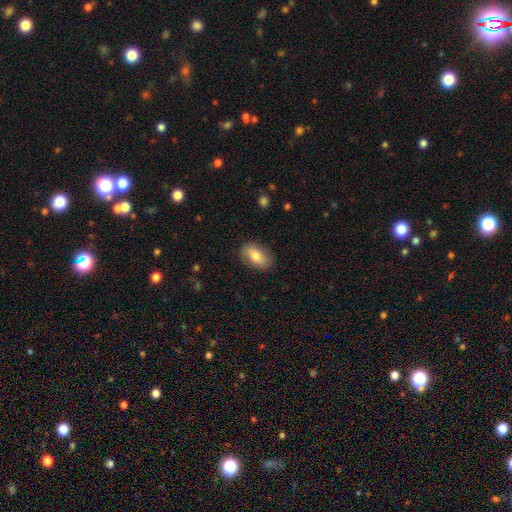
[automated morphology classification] Smooth or featured: smooth — 73% (featured or disk — 20%)
How rounded: in between — 89% (round — 8%)
Merging: none — 84% (minor disturbance — 12%)